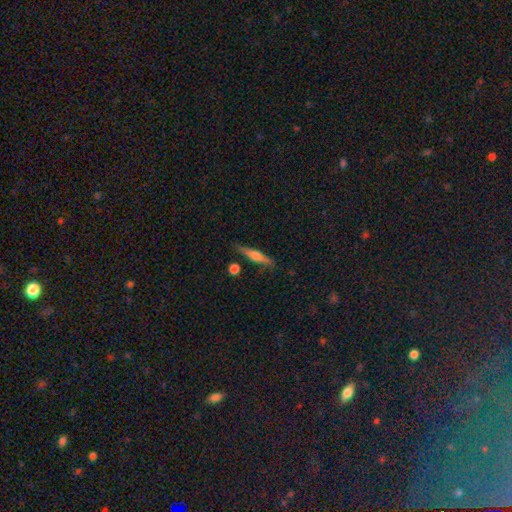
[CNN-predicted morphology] The model was most divided on "smooth or featured": featured or disk: 51%, smooth: 41%, star or artifact: 7%. More confident: edge-on disk — yes (95%); merging — none (83%).